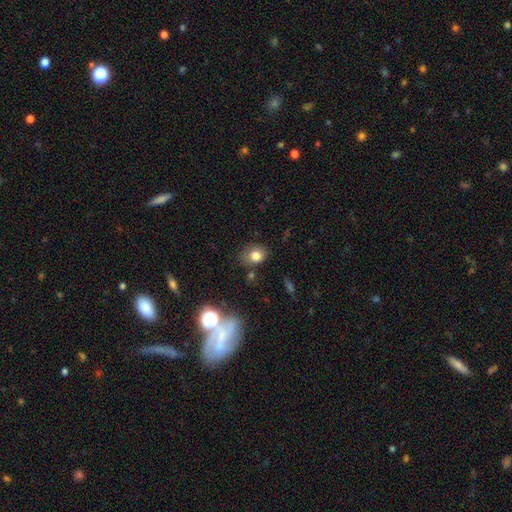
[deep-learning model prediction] Overall: smooth (79%). How rounded: in between (55%; round 44%). Merging: none (70%).